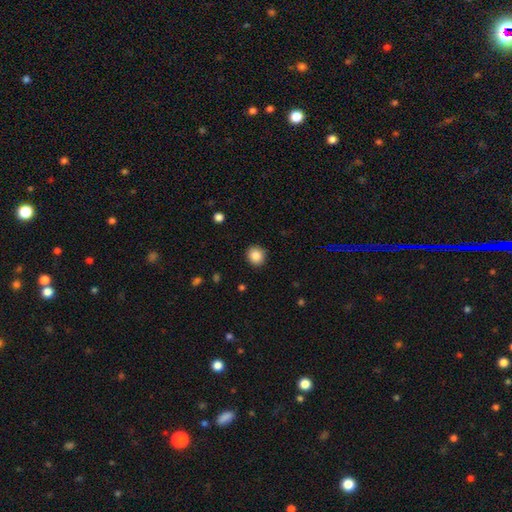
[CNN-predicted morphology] This is clearly a smooth galaxy (86%). How rounded: clearly round (84%). Merging: clearly none (90%).